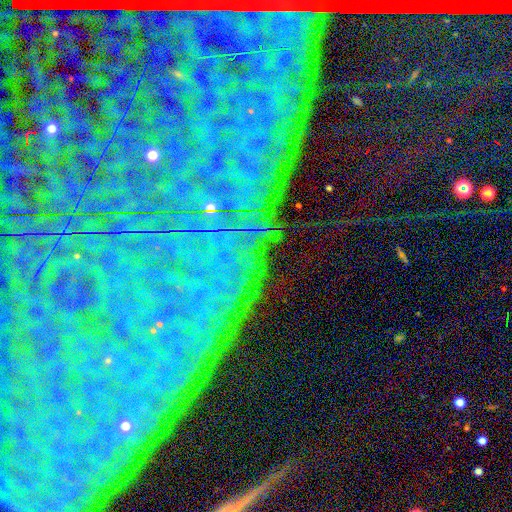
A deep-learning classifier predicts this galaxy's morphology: The model was most divided on "smooth or featured": star or artifact: 81%, featured or disk: 11%, smooth: 8%.